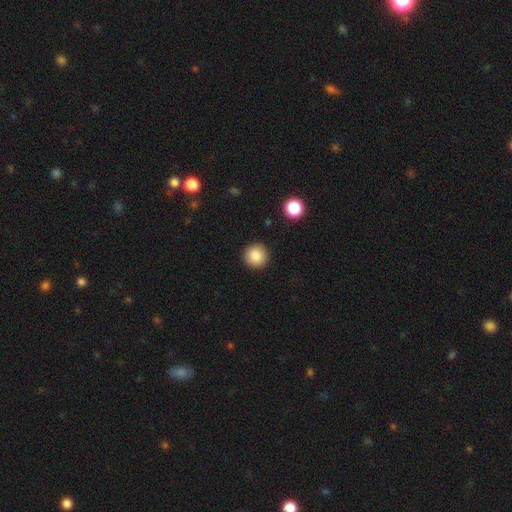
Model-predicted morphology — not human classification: Q: Smooth or featured?
A: smooth (86%); runner-up: star or artifact (9%)
Q: How rounded?
A: round (95%); runner-up: in between (4%)
Q: Merging?
A: none (91%); runner-up: minor disturbance (5%)